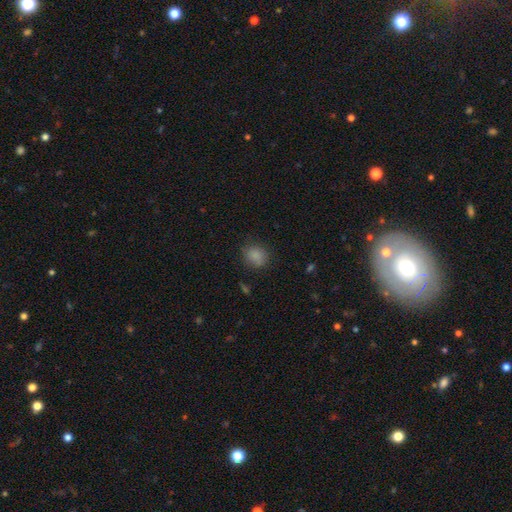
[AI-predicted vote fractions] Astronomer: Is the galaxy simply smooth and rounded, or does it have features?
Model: smooth — 84%.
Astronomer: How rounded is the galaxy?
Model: round — 80%.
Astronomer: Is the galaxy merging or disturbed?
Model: none — 79%.